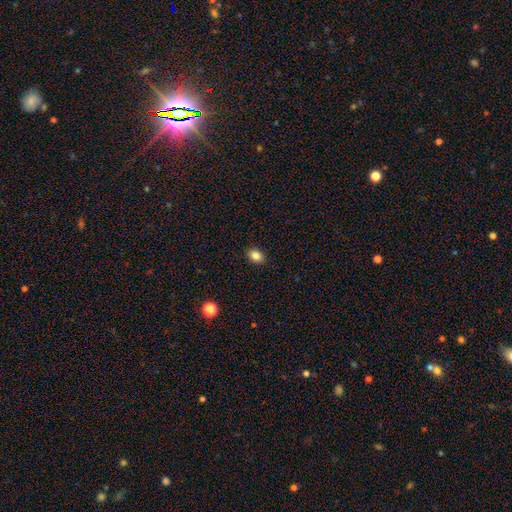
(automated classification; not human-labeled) Morphology: type=smooth (84%); roundness=in between (73%); merging=none (89%).